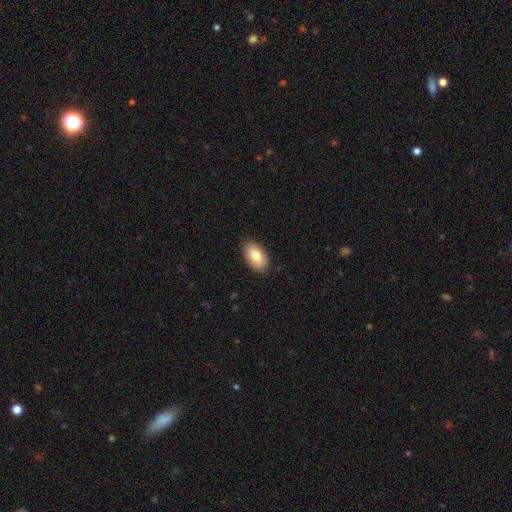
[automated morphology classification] Q: Smooth or featured?
A: smooth (82%); runner-up: featured or disk (12%)
Q: How rounded?
A: in between (94%); runner-up: round (4%)
Q: Merging?
A: none (89%); runner-up: minor disturbance (8%)